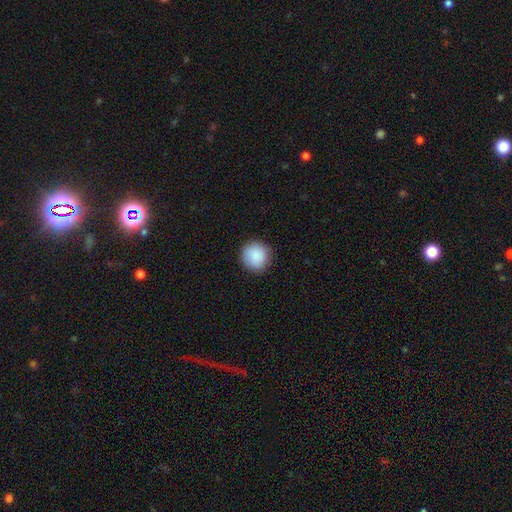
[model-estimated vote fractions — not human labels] A smooth galaxy with no disk features (89%) that is round (94%). Merging: none (90%).